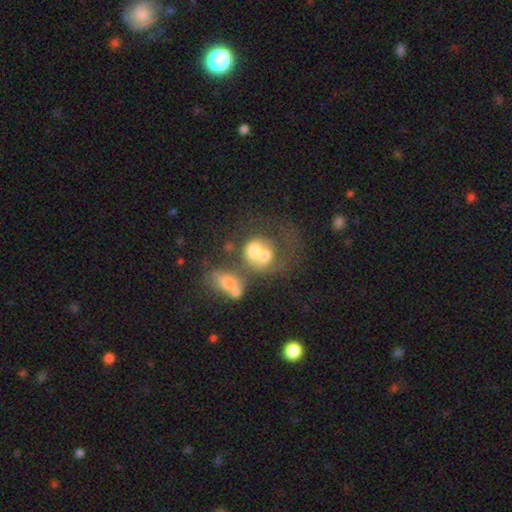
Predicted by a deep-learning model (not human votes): Smooth or featured?
  - featured or disk: 42% *
  - smooth: 36%
  - star or artifact: 22%
Merging?
  - merger: 49% *
  - none: 32%
  - minor disturbance: 10%
  - major disturbance: 9%